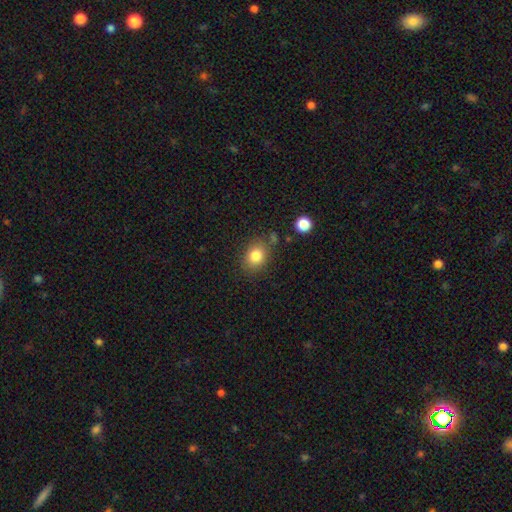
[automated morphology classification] This is clearly a smooth galaxy (83%). How rounded: possibly round (52%). Merging: likely none (76%).